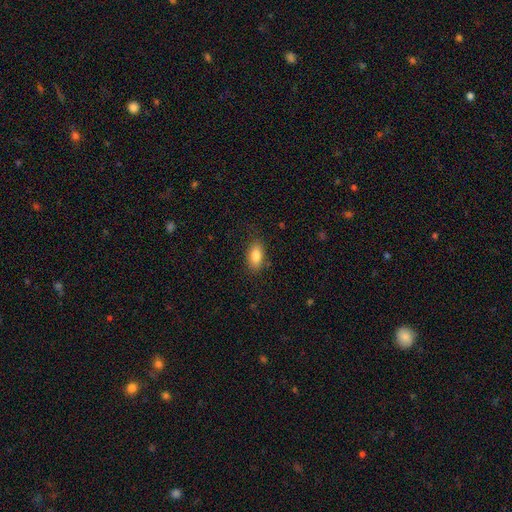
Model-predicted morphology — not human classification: Smooth or featured? smooth (84%)
How rounded? in between (90%)
Merging? none (83%)